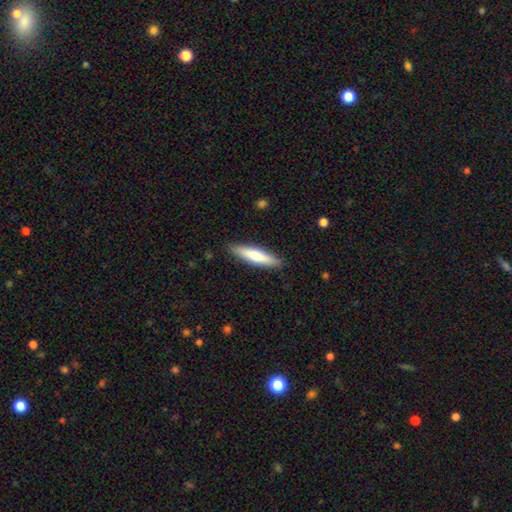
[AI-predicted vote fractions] Smooth or featured?
  - smooth: 69% *
  - featured or disk: 26%
  - star or artifact: 5%
How rounded?
  - cigar-shaped: 81% *
  - in between: 18%
  - round: 1%
Merging?
  - none: 89% *
  - minor disturbance: 9%
  - major disturbance: 2%
  - merger: 1%